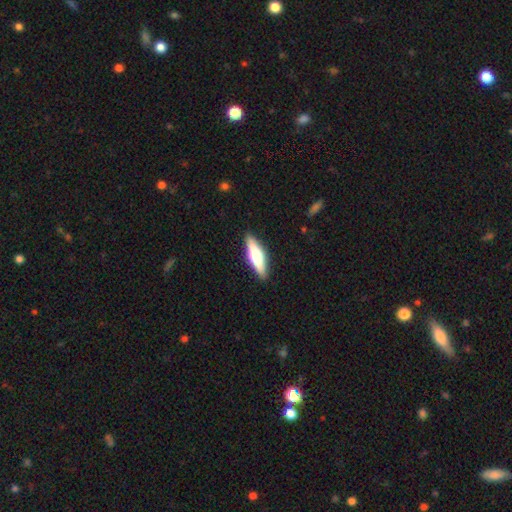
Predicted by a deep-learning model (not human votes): Overall: featured or disk (47%, tied with smooth). Merging: none (90%).